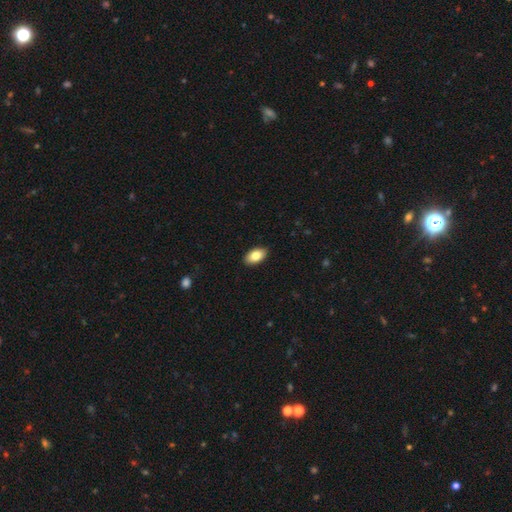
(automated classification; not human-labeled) This appears to be a smooth galaxy with no disk features (82%) that is in between round and cigar-shaped (93%). Merging: none (89%).